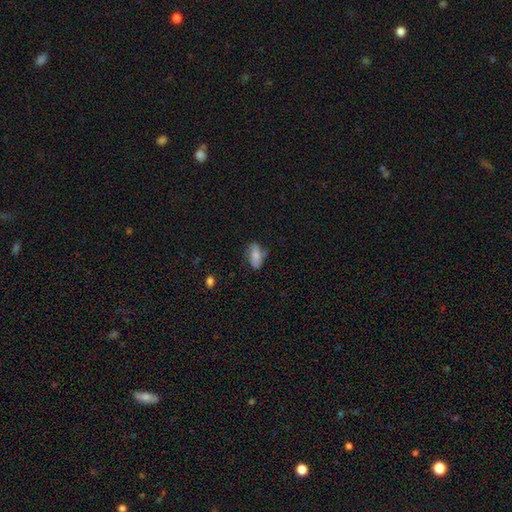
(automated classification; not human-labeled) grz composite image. It shows a smooth galaxy with no disk features (77%) that is in between round and cigar-shaped (87%). Merging: none (66%).